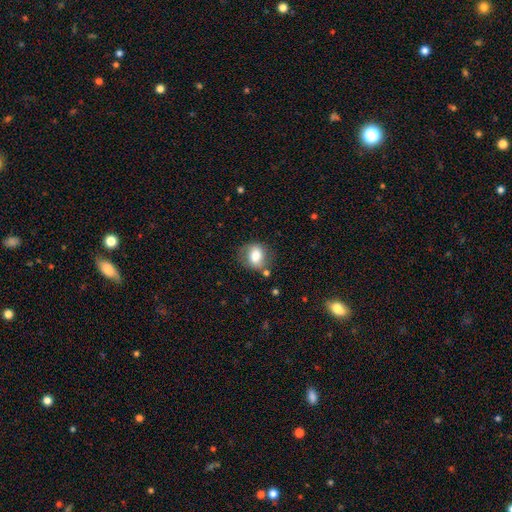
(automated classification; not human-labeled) Q: Smooth or featured?
A: smooth (72%); runner-up: featured or disk (19%)
Q: How rounded?
A: round (54%); runner-up: in between (45%)
Q: Merging?
A: none (70%); runner-up: minor disturbance (19%)